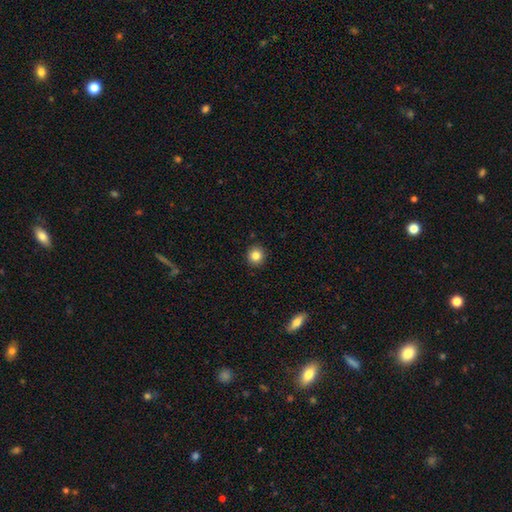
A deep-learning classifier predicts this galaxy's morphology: type=smooth (83%); roundness=round (93%); merging=none (92%).